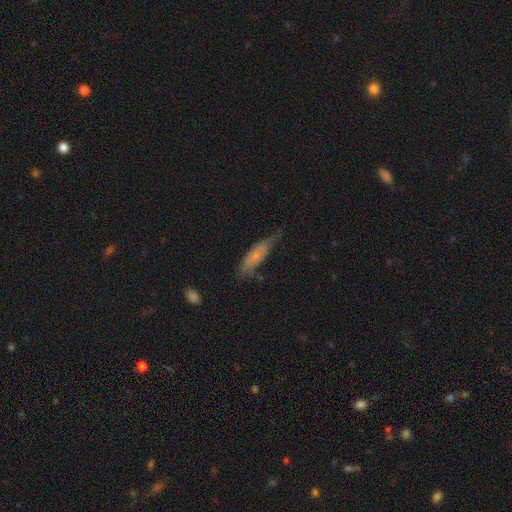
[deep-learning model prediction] Smooth or featured? smooth (62%)
How rounded? cigar-shaped (59%)
Merging? none (49%)